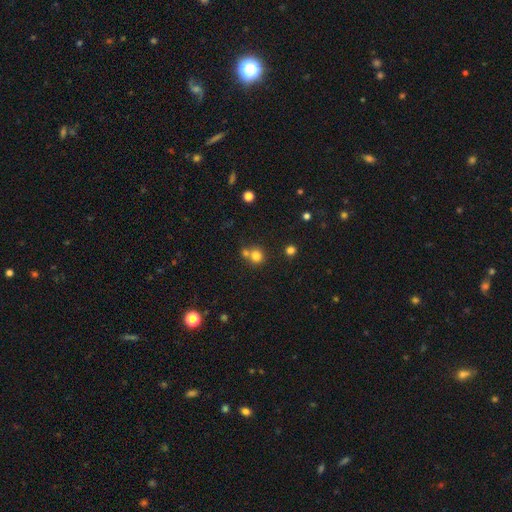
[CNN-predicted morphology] Smooth or featured: smooth — 78% (star or artifact — 14%)
How rounded: round — 88% (in between — 11%)
Merging: none — 55% (merger — 34%)